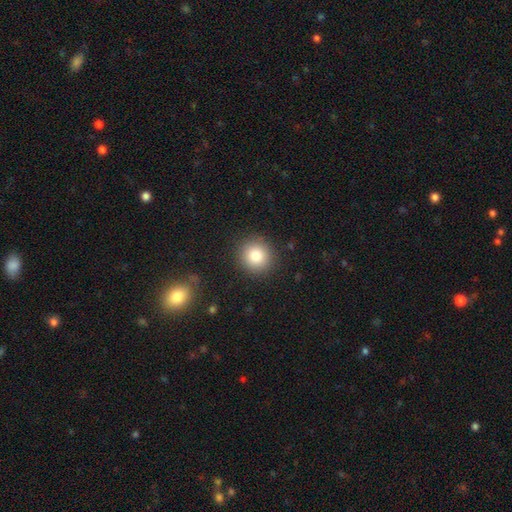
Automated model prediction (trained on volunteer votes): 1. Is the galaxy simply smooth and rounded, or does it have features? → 82% smooth, 11% star or artifact, 8% featured or disk.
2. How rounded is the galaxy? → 93% round, 6% in between, 1% cigar-shaped.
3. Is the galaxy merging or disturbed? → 90% none, 6% minor disturbance, 2% major disturbance, 1% merger.